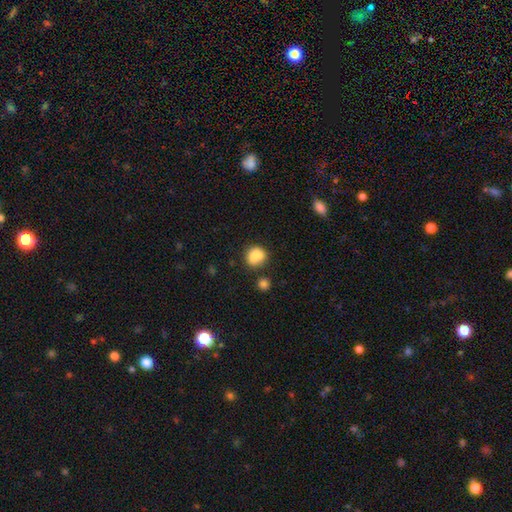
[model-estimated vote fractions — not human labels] Smooth or featured?
  - smooth: 85% *
  - star or artifact: 9%
  - featured or disk: 6%
How rounded?
  - round: 70% *
  - in between: 29%
  - cigar-shaped: 1%
Merging?
  - none: 62% *
  - minor disturbance: 20%
  - merger: 12%
  - major disturbance: 6%